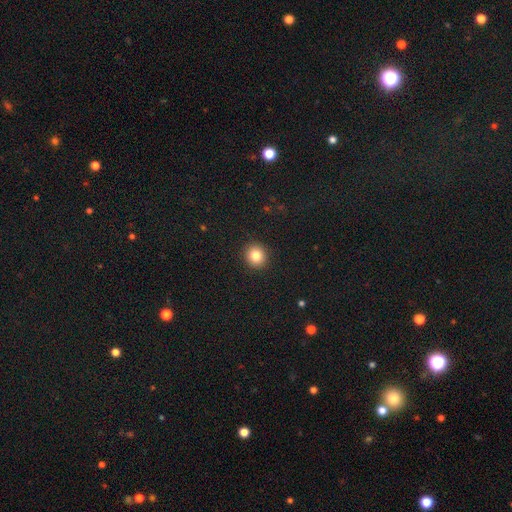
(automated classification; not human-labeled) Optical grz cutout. It shows a smooth galaxy with no disk features (83%) that is round (88%). Merging: none (92%).